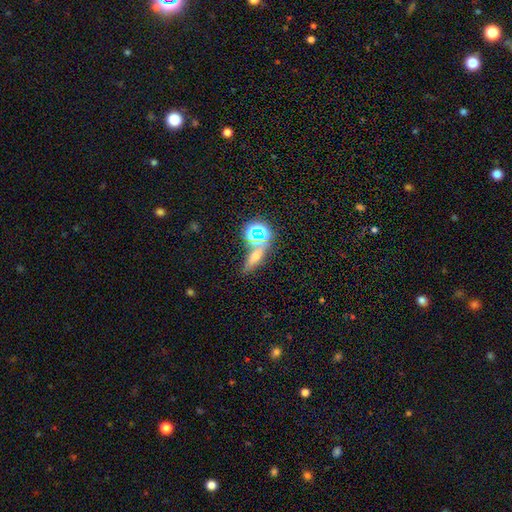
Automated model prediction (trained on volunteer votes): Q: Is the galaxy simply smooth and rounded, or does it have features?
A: smooth — 43%.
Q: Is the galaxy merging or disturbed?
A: none — 66%.